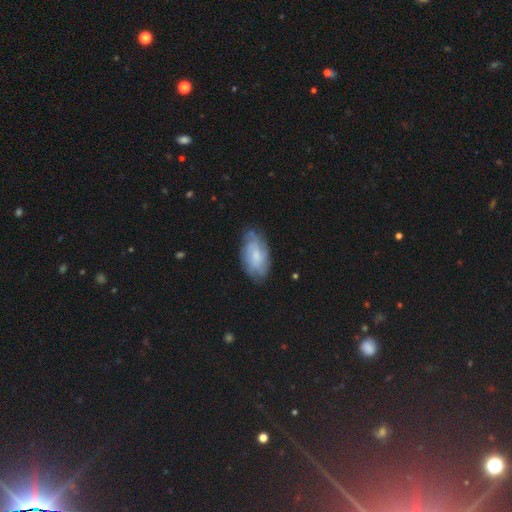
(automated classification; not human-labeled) Smooth or featured? Predicted: featured or disk (p=0.56). Edge-on disk? Predicted: no (p=0.94). Bar? Predicted: no (p=0.63). Spiral arms? Predicted: yes (p=0.83). Bulge size? Predicted: small (p=0.44). Merging? Predicted: none (p=0.71).